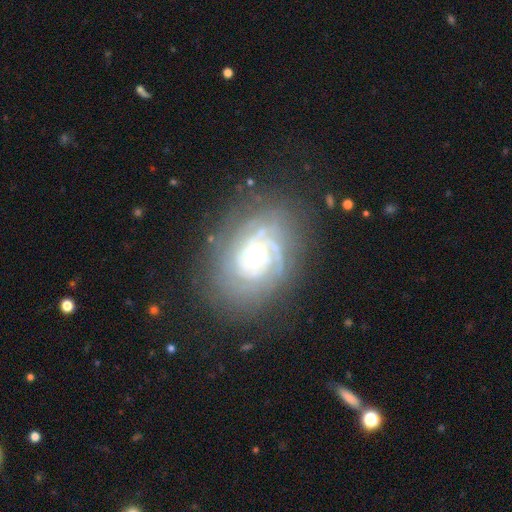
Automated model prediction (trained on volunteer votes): Smooth or featured? Predicted: featured or disk (p=0.84). Edge-on disk? Predicted: no (p=0.96). Bar? Predicted: no (p=0.70). Spiral arms? Predicted: yes (p=0.94). Spiral winding? Predicted: tight (p=0.77). Spiral arm count? Predicted: can't tell (p=0.32). Bulge size? Predicted: moderate (p=0.68). Merging? Predicted: none (p=0.75).